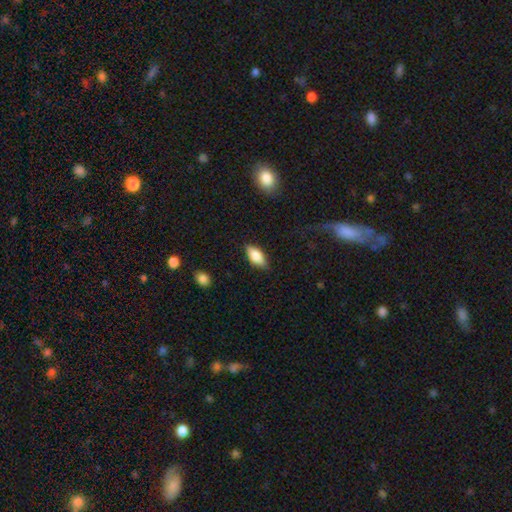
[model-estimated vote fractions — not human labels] A smooth galaxy with no disk features (80%) that is in between round and cigar-shaped (86%).

Vote fractions:
- Smooth or featured? smooth: 80% / featured or disk: 14% / star or artifact: 7%
- How rounded? in between: 86% / cigar-shaped: 11% / round: 3%
- Merging? none: 83% / minor disturbance: 13% / major disturbance: 3% / merger: 1%